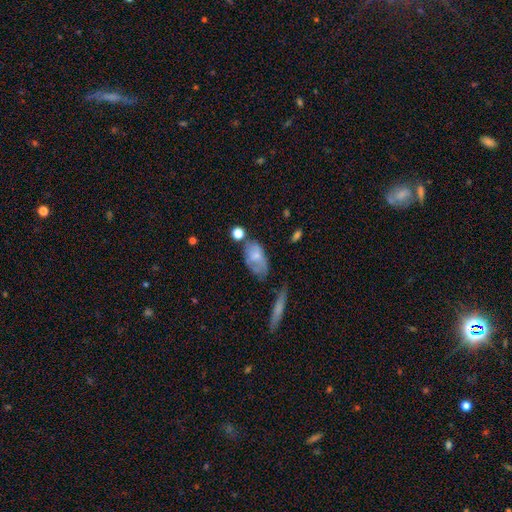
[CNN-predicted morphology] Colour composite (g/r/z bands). It shows a smooth galaxy with no disk features (62%) that is in between round and cigar-shaped (88%). Merging: none (42%).